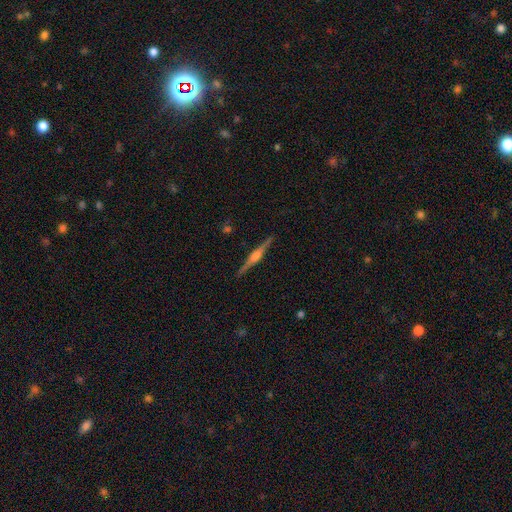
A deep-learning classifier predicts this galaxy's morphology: featured or disk 82%, smooth 13%, star or artifact 6%. Down the decision tree: edge-on disk — yes (98%); edge-on bulge — rounded (77%); merging — none (91%).